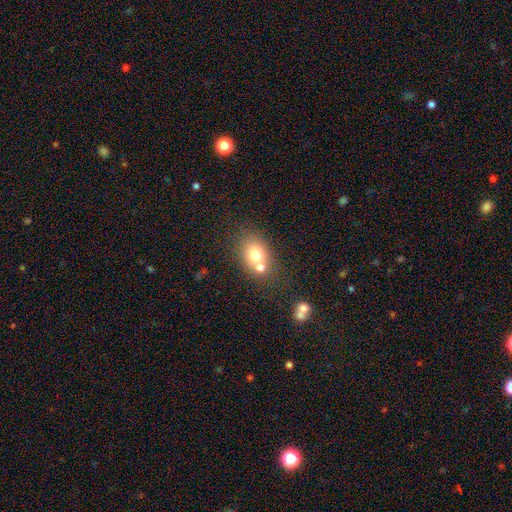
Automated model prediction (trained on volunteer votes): This is likely a smooth galaxy (70%). How rounded: possibly in between (58%). Merging: possibly none (46%).